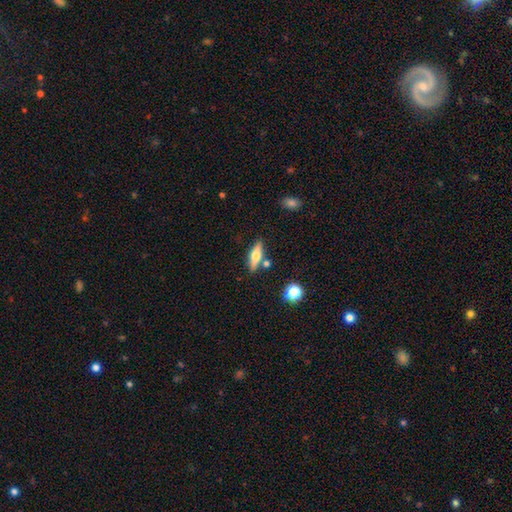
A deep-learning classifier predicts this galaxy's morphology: Smooth or featured?
  - smooth: 47% *
  - featured or disk: 46%
  - star or artifact: 7%
Merging?
  - none: 77% *
  - minor disturbance: 11%
  - merger: 9%
  - major disturbance: 3%